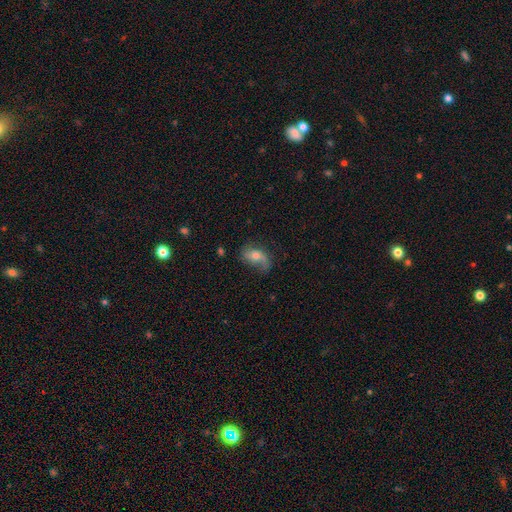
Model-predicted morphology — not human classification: Overall: featured or disk (48%; smooth 42%). Merging: none (54%; minor disturbance 28%).